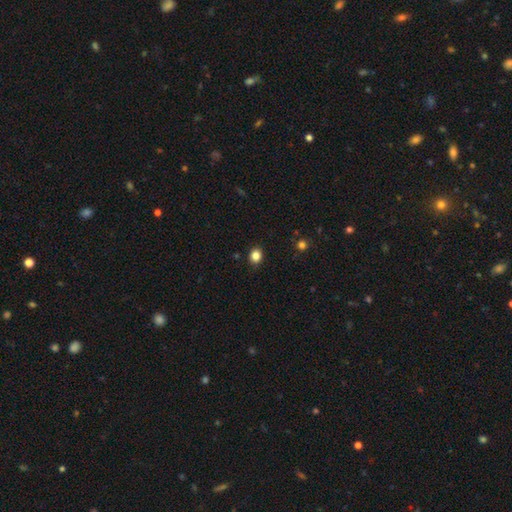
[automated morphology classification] smooth-or-featured: smooth: 84% | star or artifact: 12% | featured or disk: 4%
  how-rounded: round: 68% | in between: 32% | cigar-shaped: 1%
  merging: none: 90% | minor disturbance: 7% | major disturbance: 2% | merger: 1%